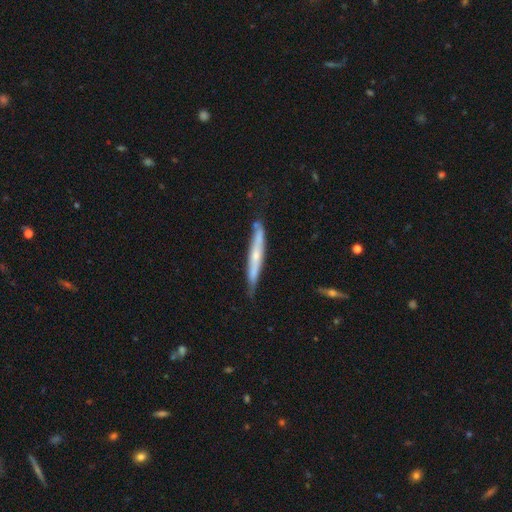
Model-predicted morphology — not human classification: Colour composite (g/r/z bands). It shows a featured or disk galaxy (59%) viewed edge-on (91%) with a rounded central bulge (55%). Merging: none (74%).